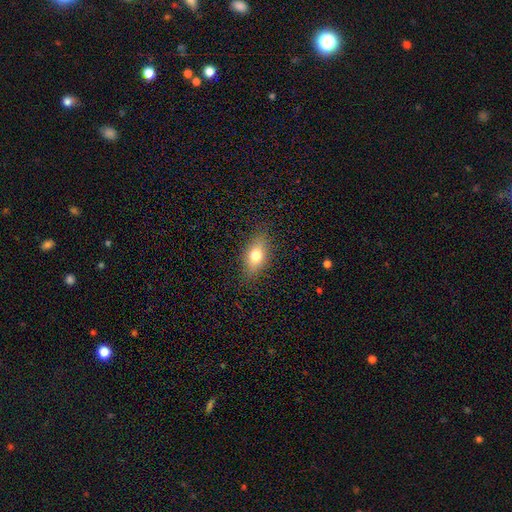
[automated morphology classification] This is likely a smooth galaxy (72%). How rounded: clearly in between (80%). Merging: clearly none (85%).